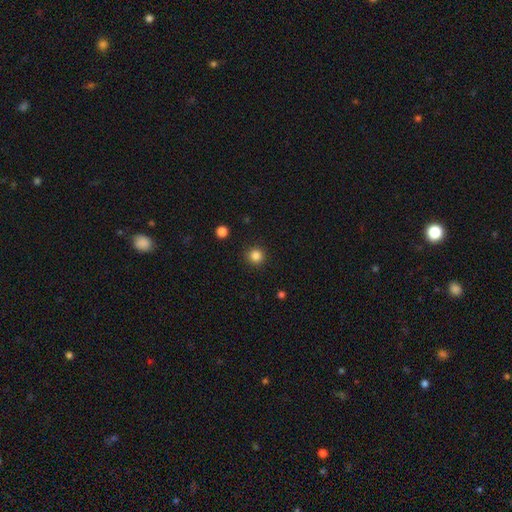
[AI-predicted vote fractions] Smooth or featured?
  - smooth: 85% *
  - star or artifact: 12%
  - featured or disk: 4%
How rounded?
  - round: 94% *
  - in between: 5%
  - cigar-shaped: 1%
Merging?
  - none: 92% *
  - minor disturbance: 5%
  - major disturbance: 2%
  - merger: 1%